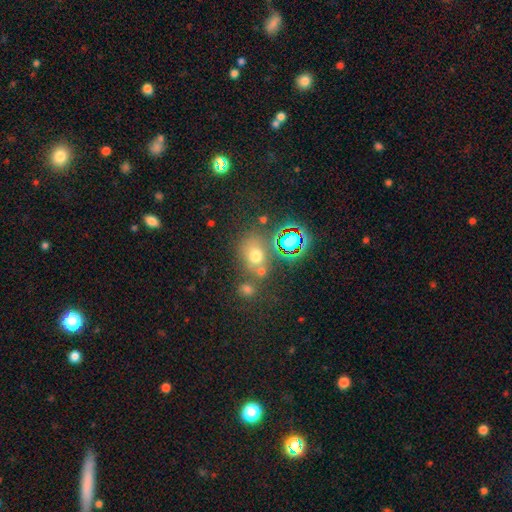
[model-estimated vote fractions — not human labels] This appears to be a smooth galaxy with no disk features (60%) that is round (52%). Merging: none (61%).